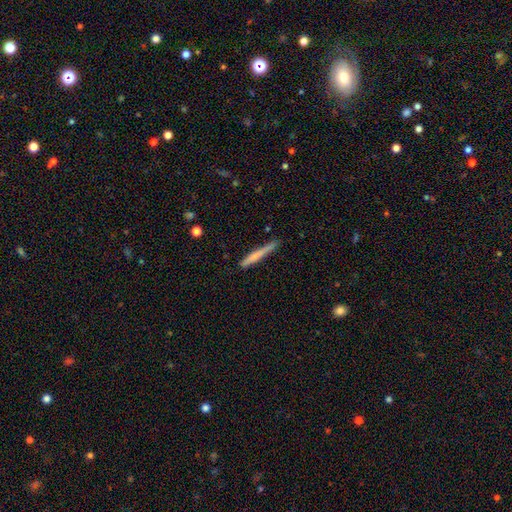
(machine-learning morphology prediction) This is likely a smooth galaxy (65%). How rounded: clearly cigar-shaped (96%). Merging: likely none (75%).